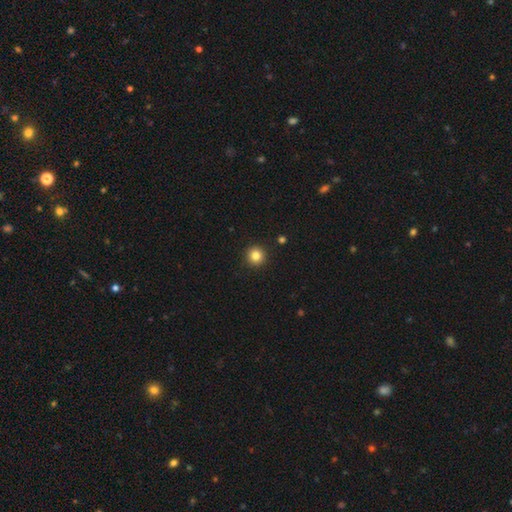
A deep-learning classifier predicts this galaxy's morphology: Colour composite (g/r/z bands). It shows a smooth galaxy with no disk features (84%) that is round (95%). Merging: none (93%).